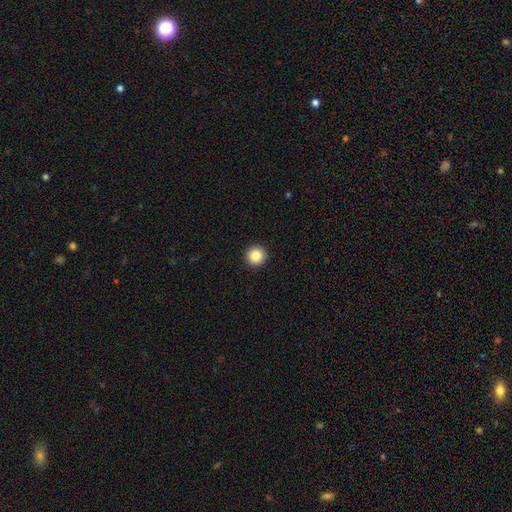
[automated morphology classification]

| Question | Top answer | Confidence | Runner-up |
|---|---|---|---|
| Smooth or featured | smooth | 86% | star or artifact (10%) |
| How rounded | round | 95% | in between (4%) |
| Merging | none | 94% | minor disturbance (4%) |